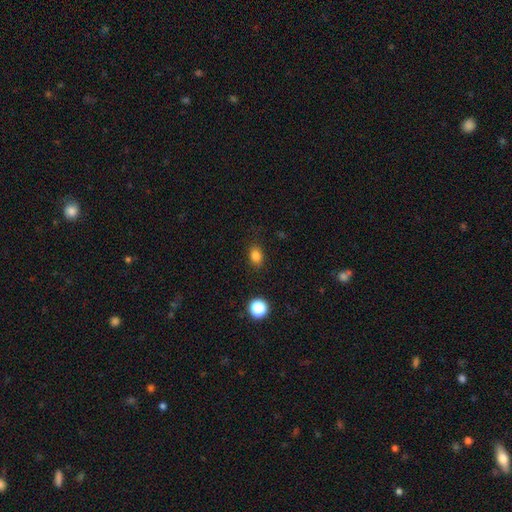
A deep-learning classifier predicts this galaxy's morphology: A smooth galaxy with no disk features (82%) that is in between round and cigar-shaped (63%).

Vote fractions:
- Smooth or featured? smooth: 82% / star or artifact: 13% / featured or disk: 5%
- How rounded? in between: 63% / round: 35% / cigar-shaped: 1%
- Merging? none: 85% / minor disturbance: 11% / major disturbance: 3% / merger: 1%